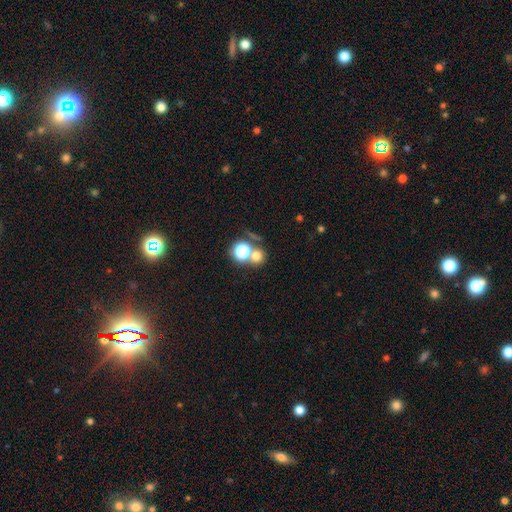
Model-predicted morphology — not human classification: smooth_or_featured: smooth (p=0.68) [alt: star or artifact p=0.21]
how_rounded: round (p=0.85) [alt: in between p=0.14]
merging: none (p=0.54) [alt: merger p=0.35]